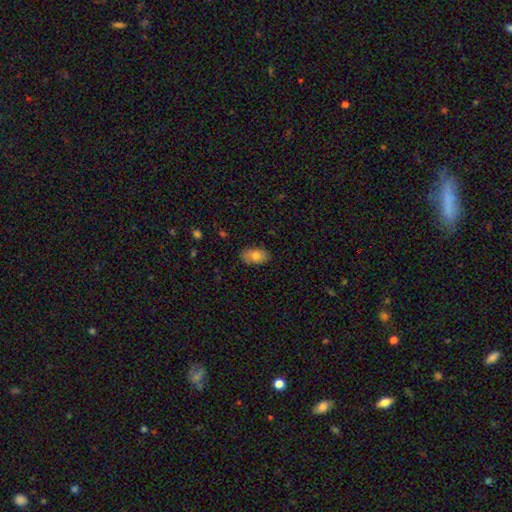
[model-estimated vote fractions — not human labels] This is likely a smooth galaxy (78%). How rounded: clearly in between (93%). Merging: clearly none (85%).